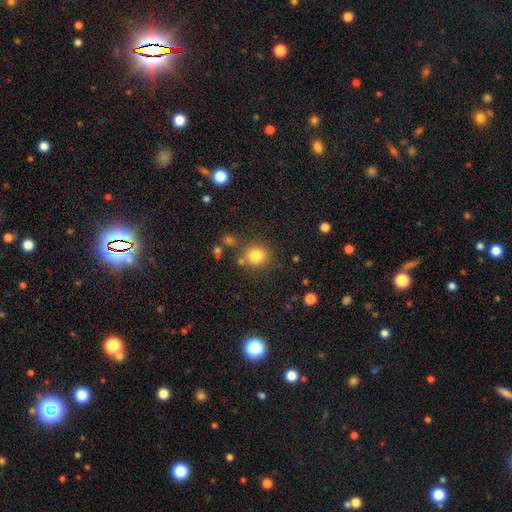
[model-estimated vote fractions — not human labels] A smooth galaxy with no disk features (81%) that is round (81%).

Vote fractions:
- Smooth or featured? smooth: 81% / star or artifact: 12% / featured or disk: 7%
- How rounded? round: 81% / in between: 18% / cigar-shaped: 1%
- Merging? none: 76% / minor disturbance: 11% / merger: 9% / major disturbance: 4%